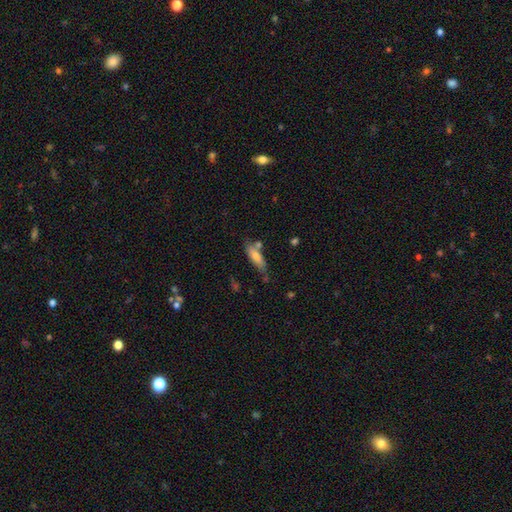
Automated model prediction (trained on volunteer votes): A smooth galaxy with no disk features (72%) that is cigar-shaped (52%). Merging: none (62%).